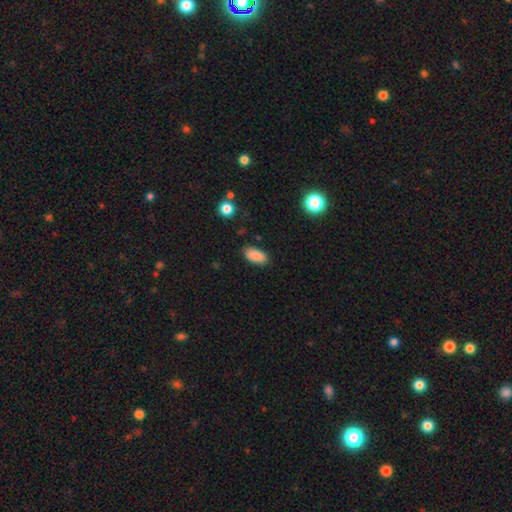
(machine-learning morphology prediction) Smooth or featured? Predicted: smooth (p=0.88). How rounded? Predicted: in between (p=0.92). Merging? Predicted: none (p=0.84).